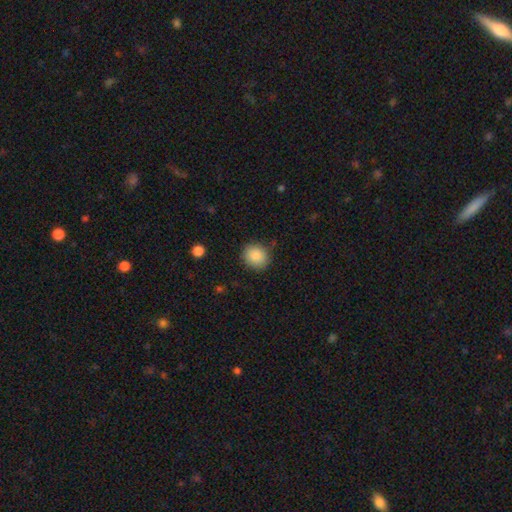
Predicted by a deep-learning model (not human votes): A smooth galaxy with no disk features (87%) that is round (77%).

Vote fractions:
- Smooth or featured? smooth: 87% / star or artifact: 8% / featured or disk: 5%
- How rounded? round: 77% / in between: 22% / cigar-shaped: 1%
- Merging? none: 84% / minor disturbance: 11% / major disturbance: 3% / merger: 1%